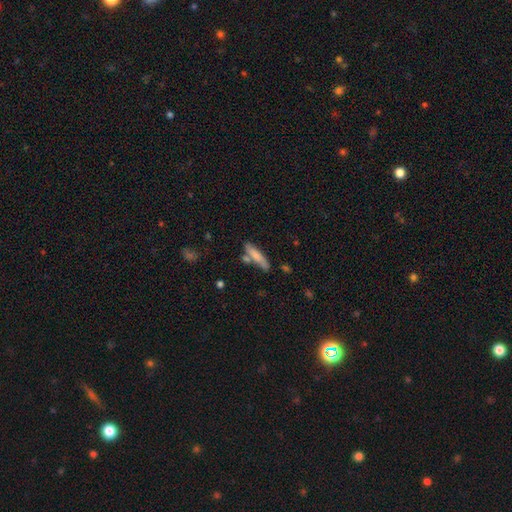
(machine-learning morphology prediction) Smooth or featured? Predicted: smooth (p=0.74). How rounded? Predicted: cigar-shaped (p=0.76). Merging? Predicted: none (p=0.64).